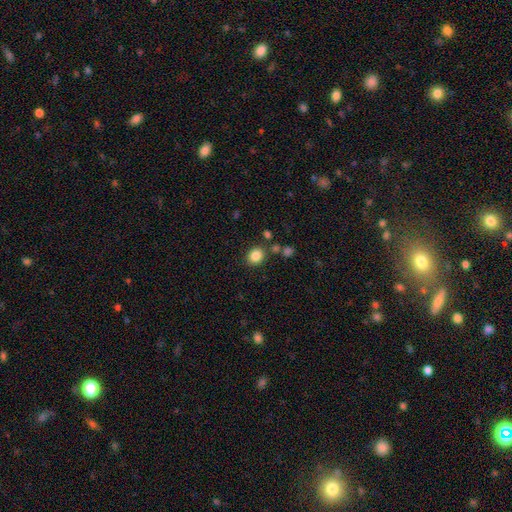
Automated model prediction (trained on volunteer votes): Morphology: type=smooth (85%); roundness=round (61%); merging=none (82%).